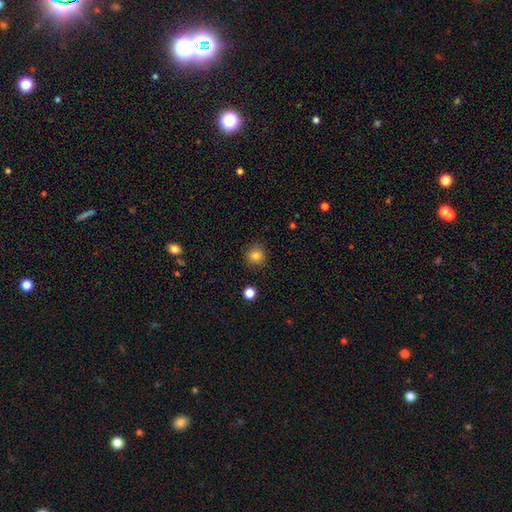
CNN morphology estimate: smooth-or-featured: smooth: 83% | star or artifact: 12% | featured or disk: 5%
  how-rounded: round: 92% | in between: 7% | cigar-shaped: 1%
  merging: none: 89% | minor disturbance: 7% | major disturbance: 2% | merger: 1%